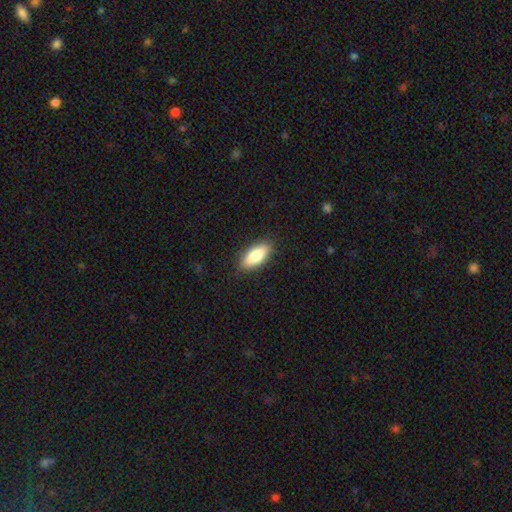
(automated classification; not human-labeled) Morphology: type=smooth (82%); roundness=in between (81%); merging=none (87%).